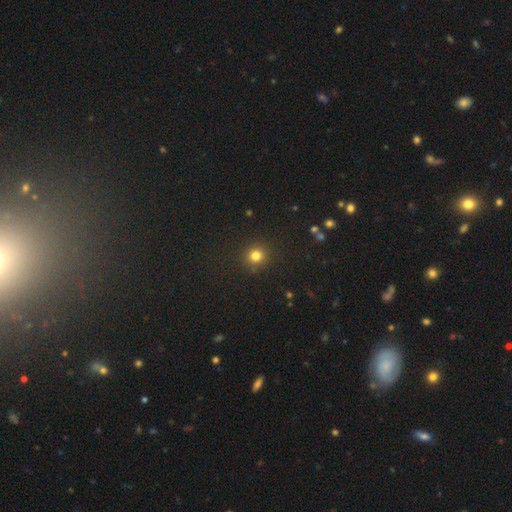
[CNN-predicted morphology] type=smooth (80%); roundness=round (92%); merging=none (89%).